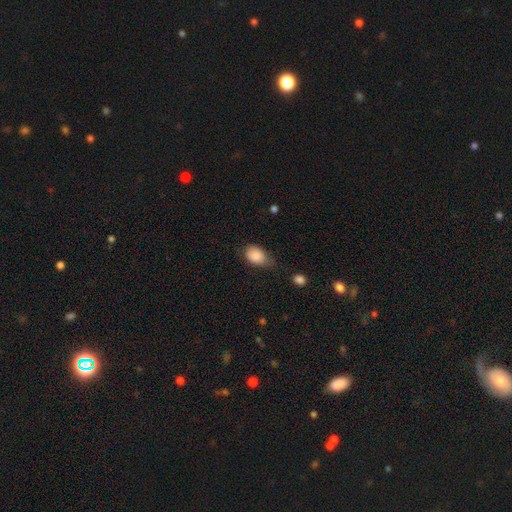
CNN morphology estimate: A smooth galaxy with no disk features (86%) that is in between round and cigar-shaped (85%). Merging: none (50%).